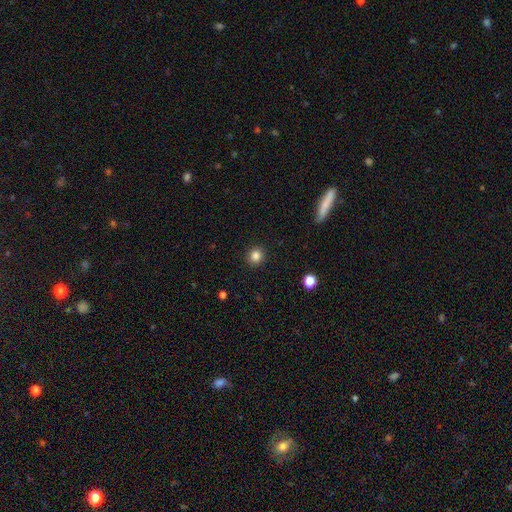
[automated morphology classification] The model was most divided on "smooth or featured": smooth: 84%, star or artifact: 12%, featured or disk: 4%. More confident: merging — none (92%); how rounded — round (90%).